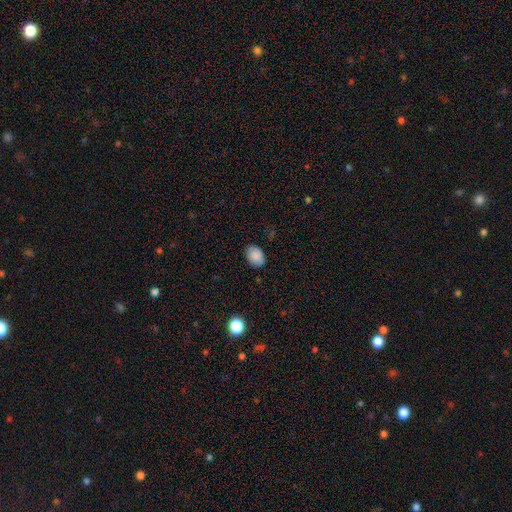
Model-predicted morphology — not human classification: This is clearly a smooth galaxy (87%). How rounded: likely in between (73%). Merging: clearly none (84%).